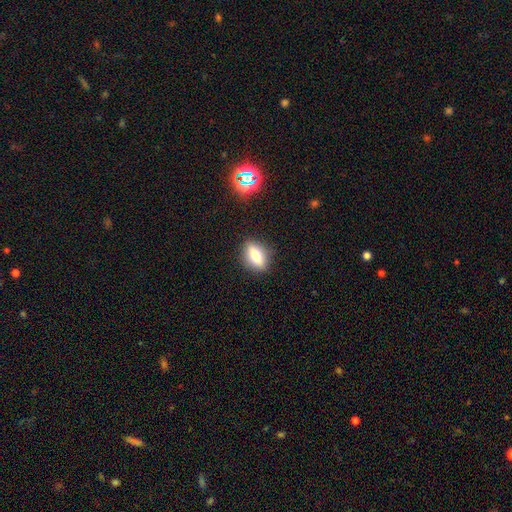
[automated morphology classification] type=smooth (69%); roundness=in between (75%); merging=none (86%).